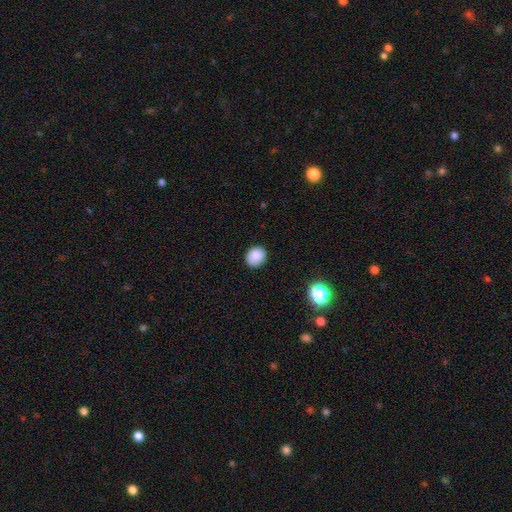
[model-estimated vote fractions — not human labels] Smooth or featured? Predicted: smooth (p=0.87). How rounded? Predicted: round (p=0.67). Merging? Predicted: none (p=0.86).